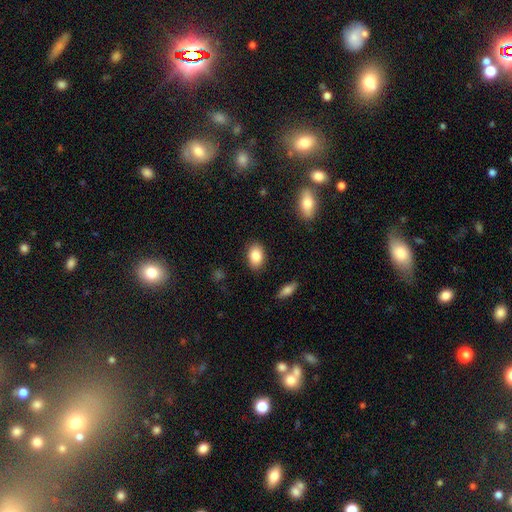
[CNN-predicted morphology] Smooth or featured? Predicted: smooth (p=0.86). How rounded? Predicted: in between (p=0.86). Merging? Predicted: none (p=0.87).